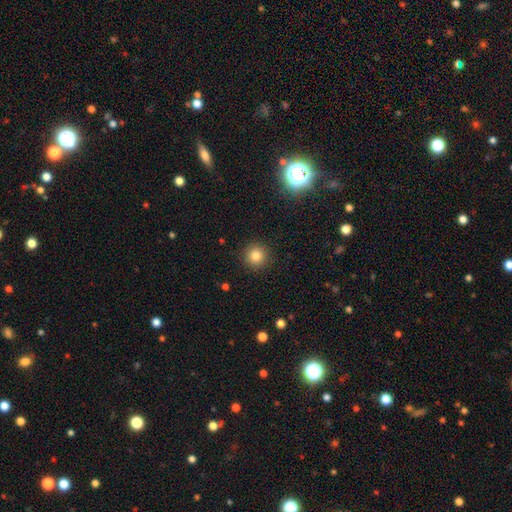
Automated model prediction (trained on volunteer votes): Smooth or featured?
  - smooth: 81% *
  - star or artifact: 13%
  - featured or disk: 6%
How rounded?
  - round: 94% *
  - in between: 5%
  - cigar-shaped: 1%
Merging?
  - none: 91% *
  - minor disturbance: 6%
  - major disturbance: 2%
  - merger: 1%